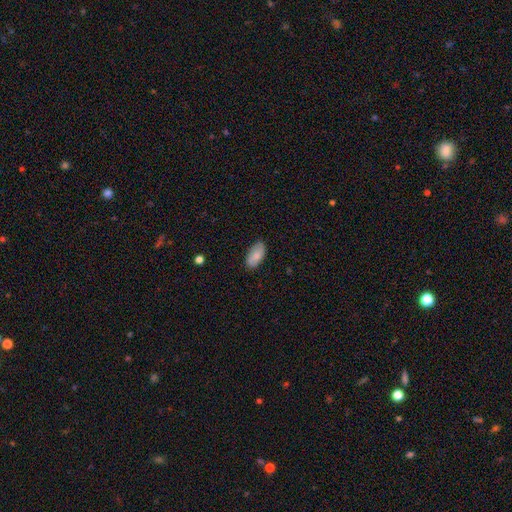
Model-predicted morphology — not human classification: smooth-or-featured: smooth: 83% | featured or disk: 11% | star or artifact: 6%
  how-rounded: in between: 94% | cigar-shaped: 4% | round: 2%
  merging: none: 84% | minor disturbance: 12% | major disturbance: 2% | merger: 1%